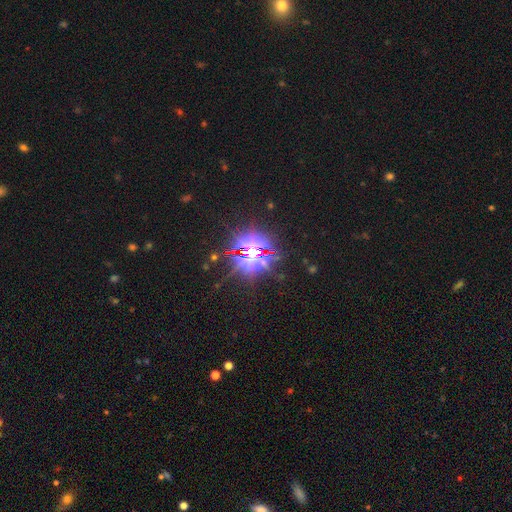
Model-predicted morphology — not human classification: type=star or artifact (78%).